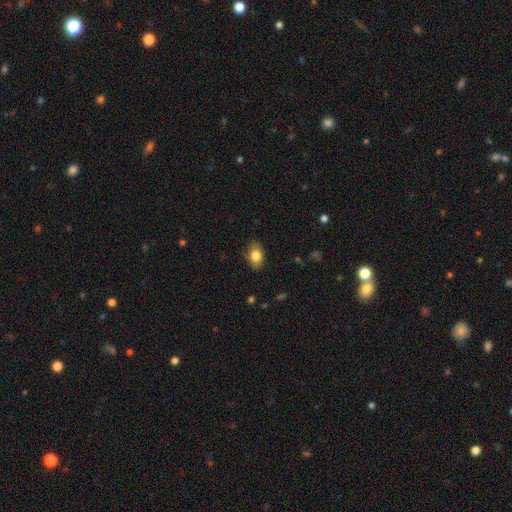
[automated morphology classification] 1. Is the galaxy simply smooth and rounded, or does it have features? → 80% smooth, 12% featured or disk, 8% star or artifact.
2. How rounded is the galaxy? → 86% in between, 12% round, 2% cigar-shaped.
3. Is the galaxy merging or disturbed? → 82% none, 14% minor disturbance, 3% major disturbance, 1% merger.